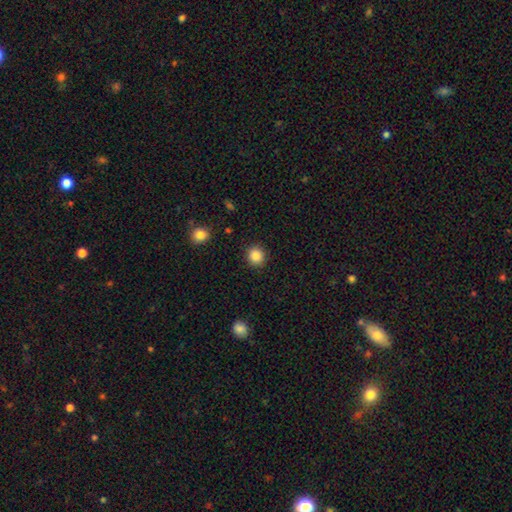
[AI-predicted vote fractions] Smooth or featured? Predicted: smooth (p=0.88). How rounded? Predicted: round (p=0.88). Merging? Predicted: none (p=0.91).